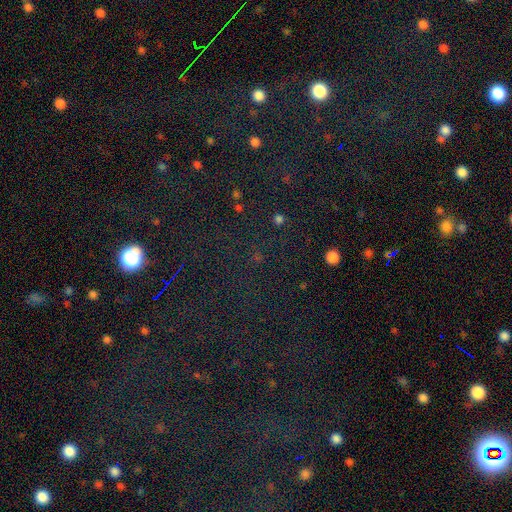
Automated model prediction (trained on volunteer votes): smooth_or_featured: star or artifact (p=0.77) [alt: smooth p=0.15]